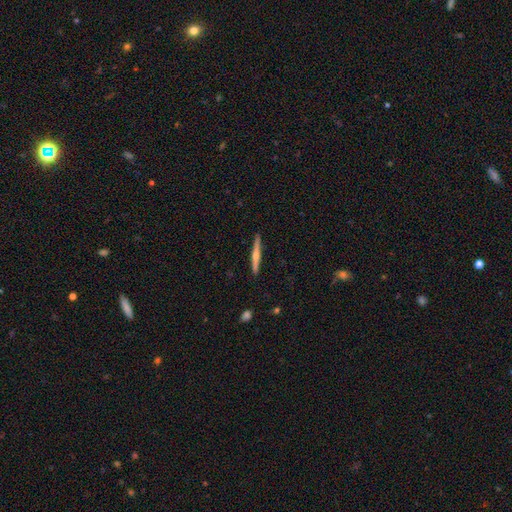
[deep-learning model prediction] Morphology: type=featured or disk (69%); edge-on=yes (98%); edge-on bulge=rounded (85%); merging=none (91%).